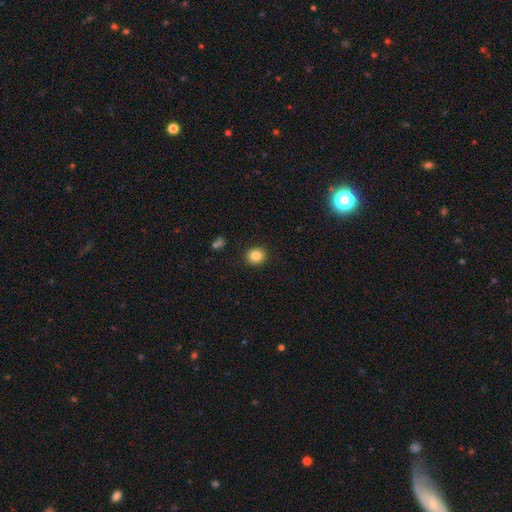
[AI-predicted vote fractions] smooth 84%, star or artifact 11%, featured or disk 6%. Down the decision tree: how rounded — round (77%); merging — none (91%).